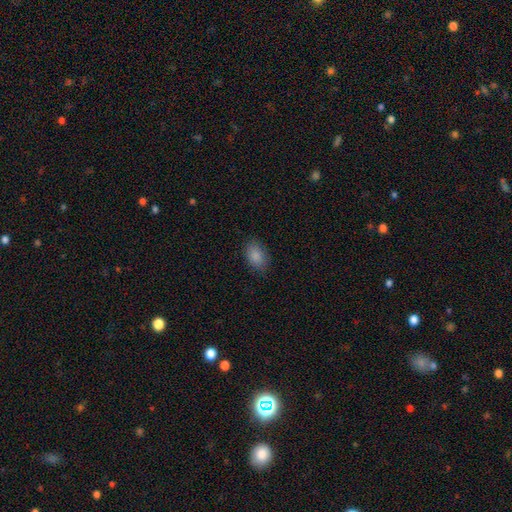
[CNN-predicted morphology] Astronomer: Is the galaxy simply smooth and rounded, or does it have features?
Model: smooth — 87%.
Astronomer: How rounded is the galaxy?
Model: in between — 88%.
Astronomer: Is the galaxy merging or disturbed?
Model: none — 84%.